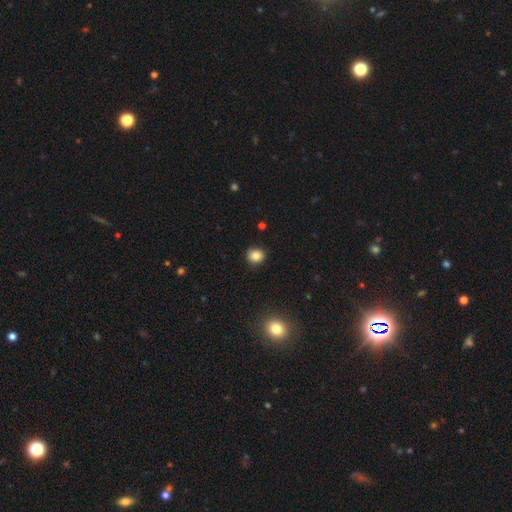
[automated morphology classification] smooth-or-featured: smooth: 84% | star or artifact: 11% | featured or disk: 5%
  how-rounded: round: 80% | in between: 19% | cigar-shaped: 1%
  merging: none: 89% | minor disturbance: 7% | major disturbance: 2% | merger: 1%